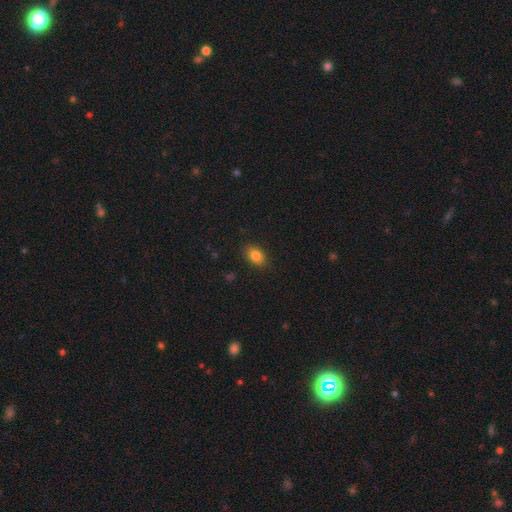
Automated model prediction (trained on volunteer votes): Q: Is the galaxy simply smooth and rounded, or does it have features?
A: smooth — 83%.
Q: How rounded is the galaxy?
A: in between — 77%.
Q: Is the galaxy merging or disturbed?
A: none — 87%.